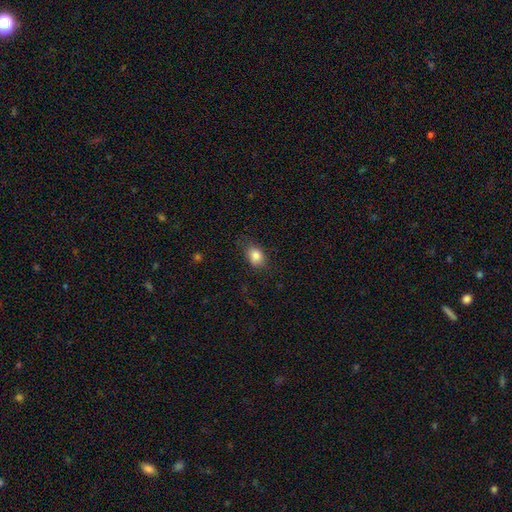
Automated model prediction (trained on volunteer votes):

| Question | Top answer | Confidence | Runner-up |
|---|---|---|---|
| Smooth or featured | smooth | 84% | star or artifact (9%) |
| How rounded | in between | 71% | round (28%) |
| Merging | none | 75% | minor disturbance (18%) |